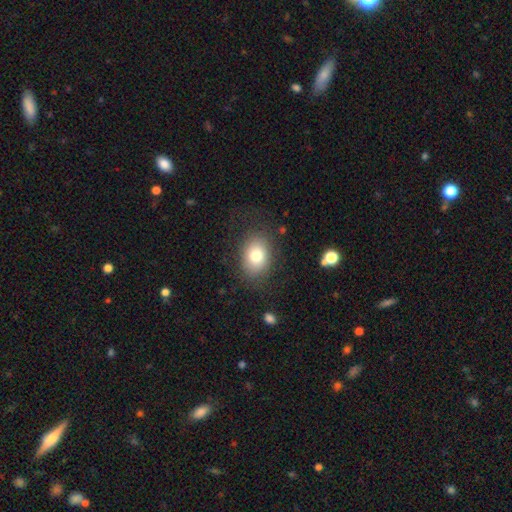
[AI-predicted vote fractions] smooth-or-featured: smooth: 76% | featured or disk: 14% | star or artifact: 10%
  how-rounded: in between: 64% | round: 35% | cigar-shaped: 1%
  merging: none: 80% | minor disturbance: 13% | major disturbance: 6% | merger: 1%